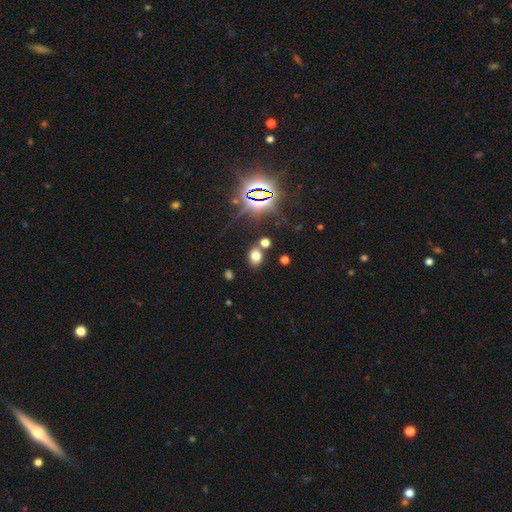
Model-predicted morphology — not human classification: smooth 66%, star or artifact 26%, featured or disk 9%. Down the decision tree: how rounded — in between (57%); merging — none (74%).